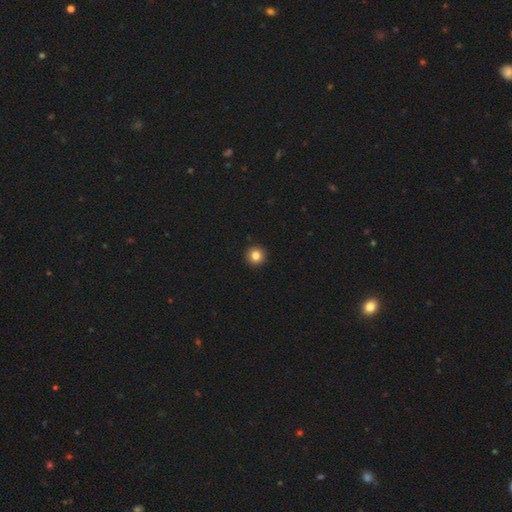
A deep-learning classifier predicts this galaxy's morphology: smooth 83%, star or artifact 11%, featured or disk 6%. Down the decision tree: how rounded — round (96%); merging — none (94%).